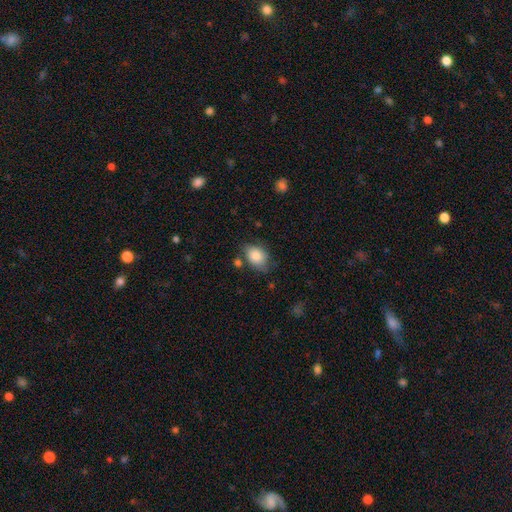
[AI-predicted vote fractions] The model was most divided on "merging": none: 61%, minor disturbance: 26%, major disturbance: 7%, merger: 6%. More confident: smooth or featured — smooth (81%); how rounded — in between (76%).